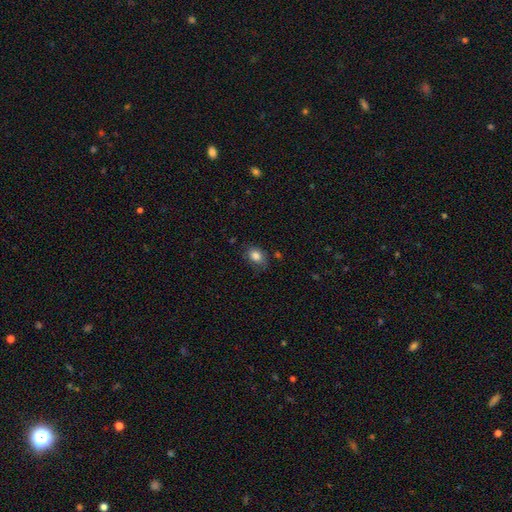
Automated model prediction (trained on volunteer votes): This is clearly a smooth galaxy (84%). How rounded: likely in between (67%). Merging: likely none (71%).